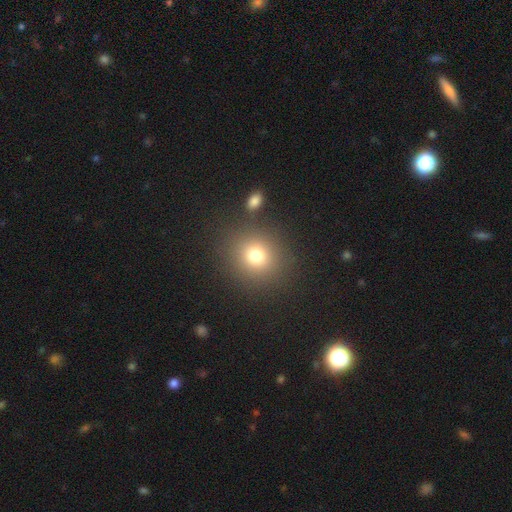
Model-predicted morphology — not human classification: A smooth galaxy with no disk features (76%) that is round (84%).

Vote fractions:
- Smooth or featured? smooth: 76% / star or artifact: 15% / featured or disk: 9%
- How rounded? round: 84% / in between: 15% / cigar-shaped: 1%
- Merging? none: 83% / minor disturbance: 8% / merger: 5% / major disturbance: 4%